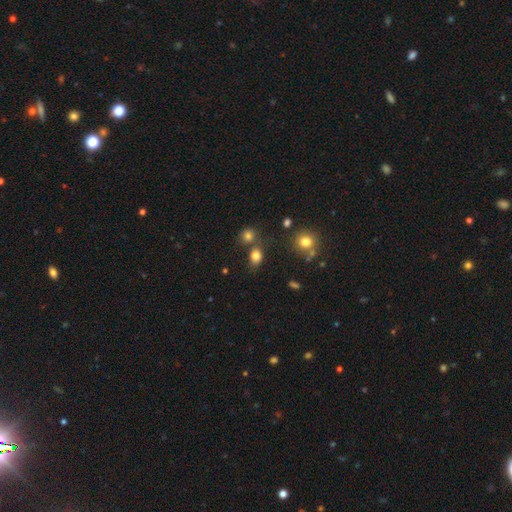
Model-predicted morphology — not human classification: The model was most divided on "how rounded": in between: 53%, round: 45%, cigar-shaped: 1%. More confident: smooth or featured — smooth (80%); merging — none (65%).